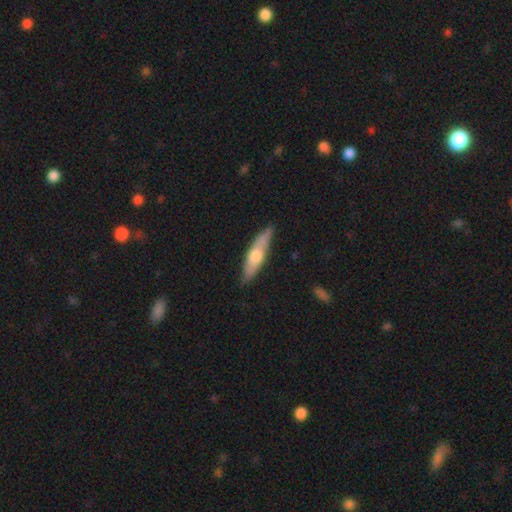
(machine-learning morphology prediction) type=smooth (48%); merging=none (82%).